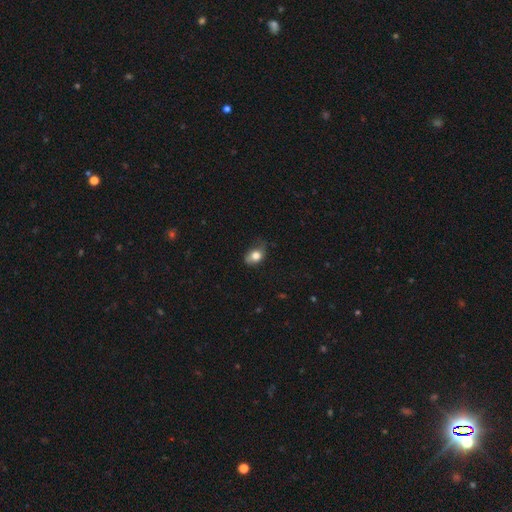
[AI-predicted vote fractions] This appears to be a smooth galaxy with no disk features (78%) that is in between round and cigar-shaped (71%). Merging: none (53%).